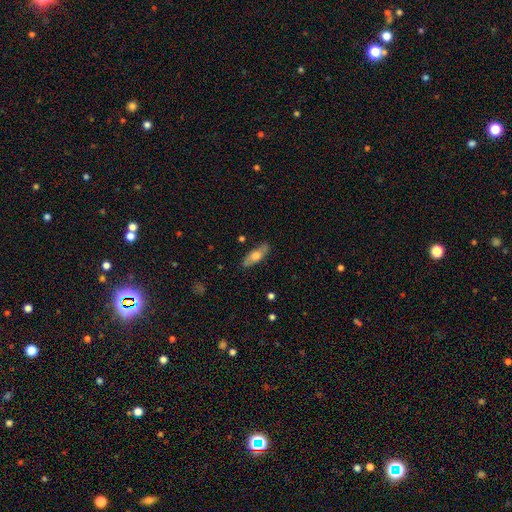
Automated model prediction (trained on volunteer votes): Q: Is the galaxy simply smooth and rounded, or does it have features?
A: smooth — 58%.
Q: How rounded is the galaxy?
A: in between — 67%.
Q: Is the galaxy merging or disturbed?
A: none — 83%.